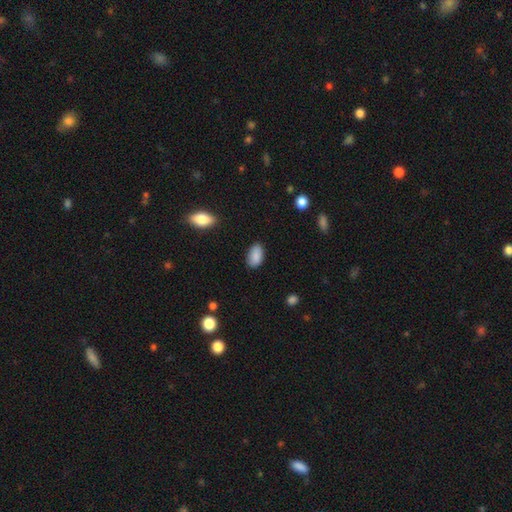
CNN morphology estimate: Smooth or featured: smooth — 88% (star or artifact — 7%)
How rounded: in between — 94% (round — 4%)
Merging: none — 84% (minor disturbance — 12%)